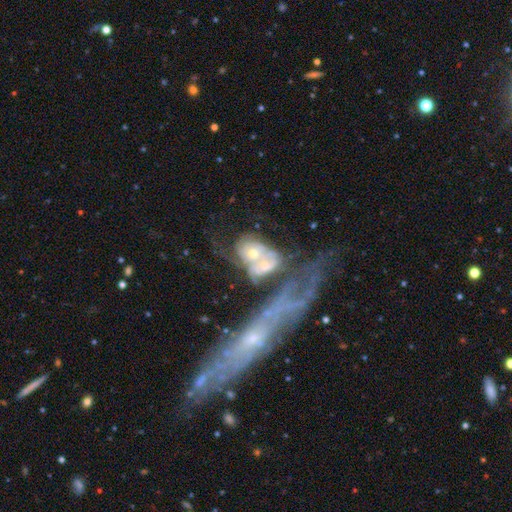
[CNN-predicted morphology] Overall: featured or disk (67%). Edge-on disk: no (91%). Bar: no (81%). Spiral arms: yes (60%; no 40%). Bulge size: moderate (53%; small 35%). Merging: merger (63%).